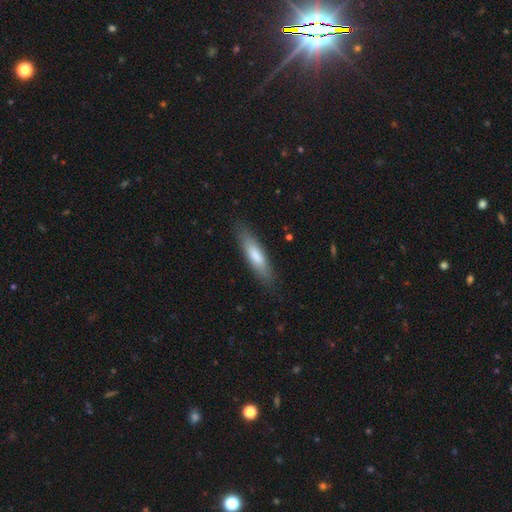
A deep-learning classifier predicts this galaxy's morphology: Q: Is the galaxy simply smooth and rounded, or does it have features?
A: smooth — 75%.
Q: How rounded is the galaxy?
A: cigar-shaped — 71%.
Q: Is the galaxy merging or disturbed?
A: none — 85%.